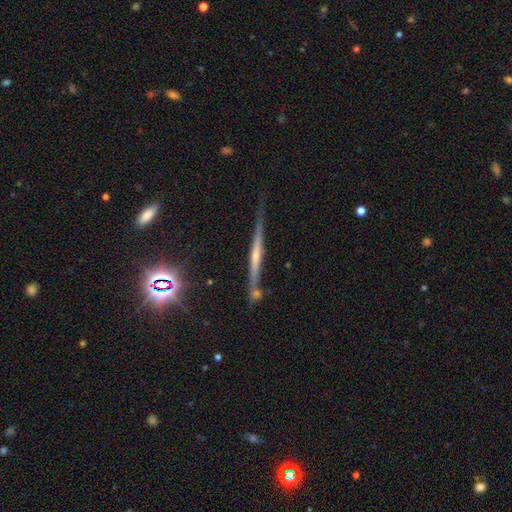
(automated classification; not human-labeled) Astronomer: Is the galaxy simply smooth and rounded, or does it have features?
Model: featured or disk — 68%.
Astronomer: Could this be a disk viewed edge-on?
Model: yes — 96%.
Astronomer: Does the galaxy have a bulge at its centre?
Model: rounded — 50% (runner-up: none, 38%).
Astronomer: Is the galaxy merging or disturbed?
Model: none — 76%.